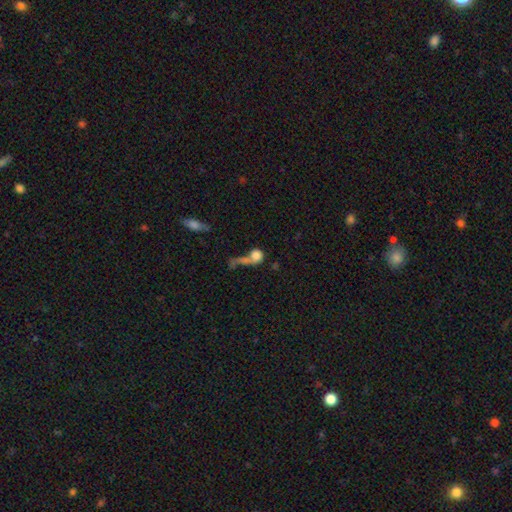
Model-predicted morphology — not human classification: A smooth galaxy with no disk features (69%) that is round (68%). Merging: merger (42%).